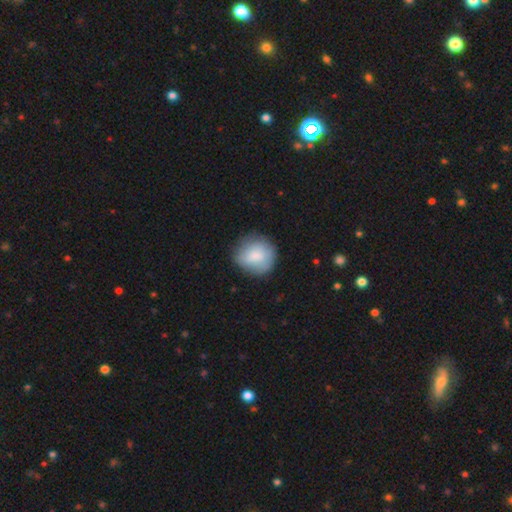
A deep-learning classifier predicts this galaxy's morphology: smooth_or_featured: smooth (p=0.78) [alt: featured or disk p=0.15]
how_rounded: round (p=0.86) [alt: in between p=0.13]
merging: none (p=0.73) [alt: minor disturbance p=0.19]